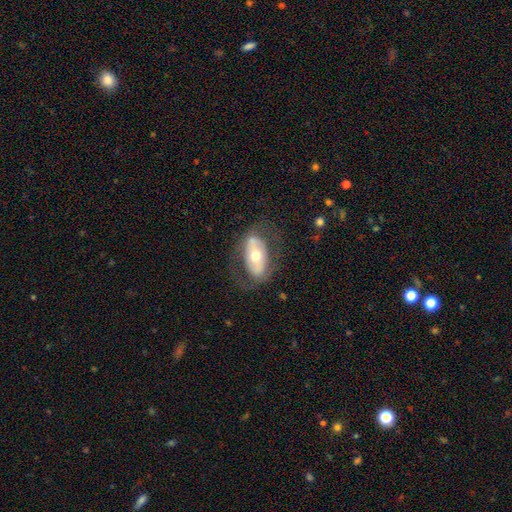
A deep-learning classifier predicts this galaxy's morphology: smooth-or-featured: featured or disk: 56% | smooth: 38% | star or artifact: 6%
  disk-edge-on: no: 88% | yes: 12%
  merging: none: 68% | minor disturbance: 17% | major disturbance: 14% | merger: 2%